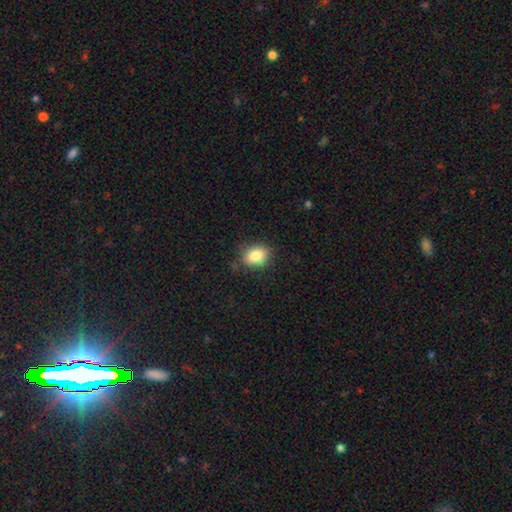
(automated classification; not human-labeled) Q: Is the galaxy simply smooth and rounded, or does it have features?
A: smooth — 84%.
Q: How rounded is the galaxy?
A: in between — 61%.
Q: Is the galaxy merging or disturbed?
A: none — 81%.